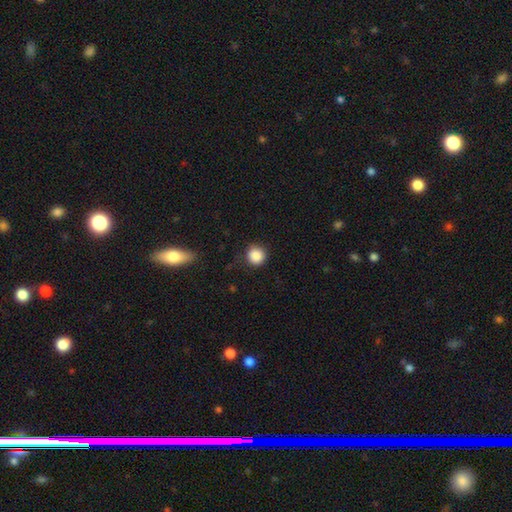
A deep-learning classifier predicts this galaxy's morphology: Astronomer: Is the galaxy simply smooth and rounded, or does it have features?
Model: smooth — 88%.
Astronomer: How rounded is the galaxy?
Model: round — 93%.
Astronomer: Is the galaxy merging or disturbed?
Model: none — 85%.